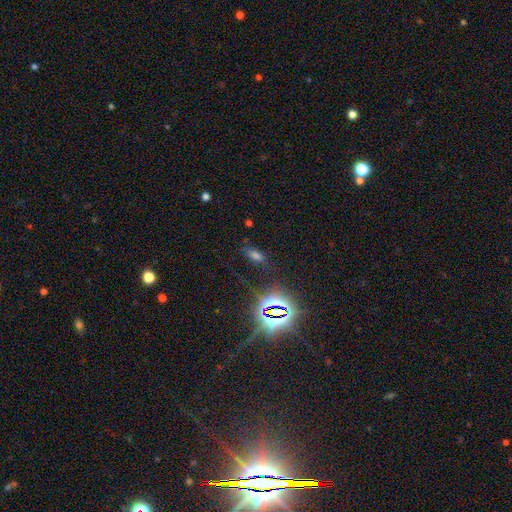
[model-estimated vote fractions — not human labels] A smooth galaxy with no disk features (51%) that is in between round and cigar-shaped (76%).

Vote fractions:
- Smooth or featured? smooth: 51% / star or artifact: 38% / featured or disk: 11%
- How rounded? in between: 76% / cigar-shaped: 17% / round: 7%
- Merging? none: 75% / minor disturbance: 14% / major disturbance: 7% / merger: 3%